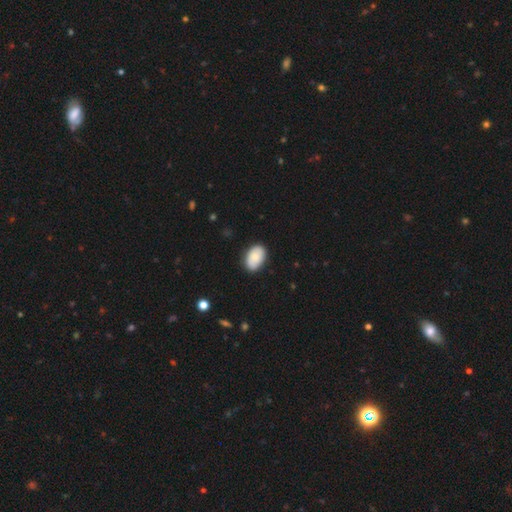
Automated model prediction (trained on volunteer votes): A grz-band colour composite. It shows a smooth galaxy with no disk features (80%) that is in between round and cigar-shaped (90%). Merging: none (84%).